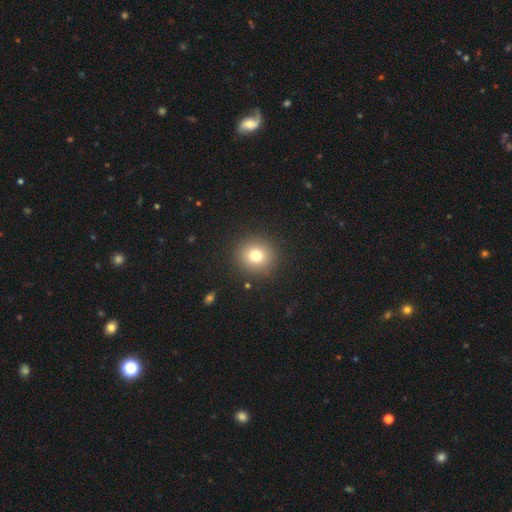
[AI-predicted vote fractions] This appears to be a smooth galaxy with no disk features (77%) that is round (90%). Merging: none (91%).